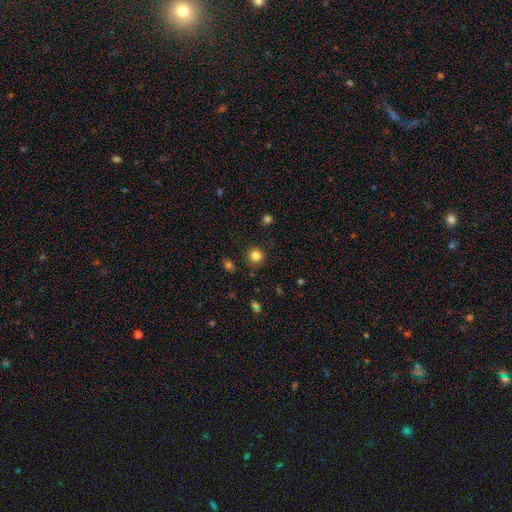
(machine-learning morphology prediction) smooth-or-featured: smooth: 82% | star or artifact: 13% | featured or disk: 5%
  how-rounded: round: 93% | in between: 6% | cigar-shaped: 1%
  merging: none: 90% | minor disturbance: 6% | major disturbance: 2% | merger: 2%